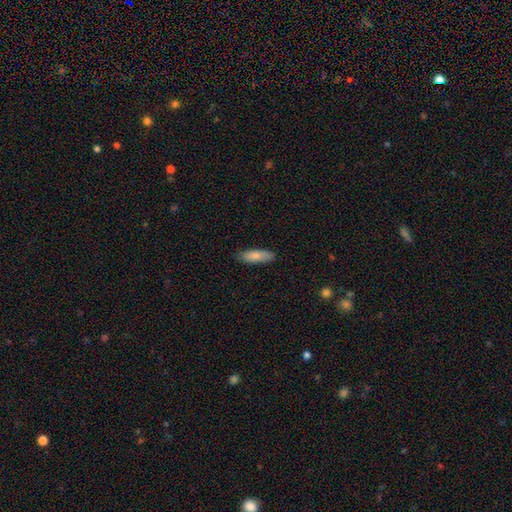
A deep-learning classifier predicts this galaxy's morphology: smooth_or_featured: smooth (p=0.84) [alt: featured or disk p=0.10]
how_rounded: in between (p=0.53) [alt: cigar-shaped p=0.45]
merging: none (p=0.85) [alt: minor disturbance p=0.12]